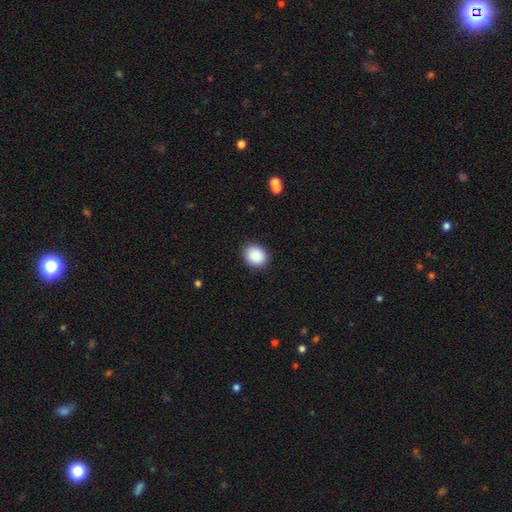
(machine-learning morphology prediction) Smooth or featured: smooth — 90% (star or artifact — 8%)
How rounded: round — 64% (in between — 35%)
Merging: none — 89% (minor disturbance — 8%)